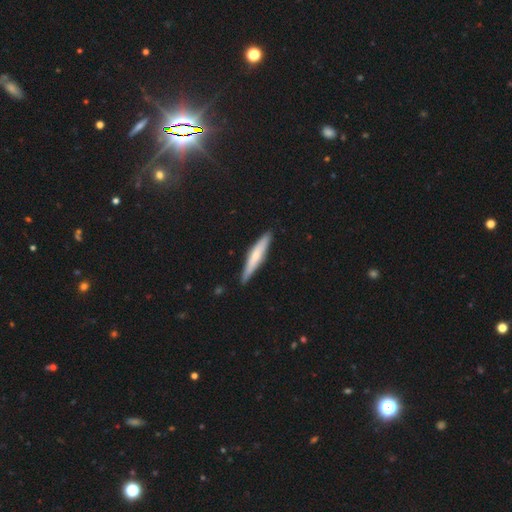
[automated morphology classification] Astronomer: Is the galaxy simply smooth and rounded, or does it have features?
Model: smooth — 55% (runner-up: featured or disk, 39%).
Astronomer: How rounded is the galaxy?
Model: cigar-shaped — 91%.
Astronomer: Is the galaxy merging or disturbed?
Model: none — 88%.